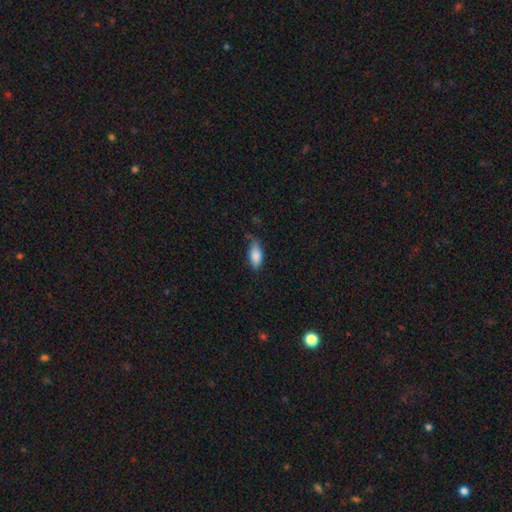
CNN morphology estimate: Smooth or featured: smooth — 85% (featured or disk — 8%)
How rounded: in between — 88% (cigar-shaped — 9%)
Merging: none — 58% (minor disturbance — 32%)